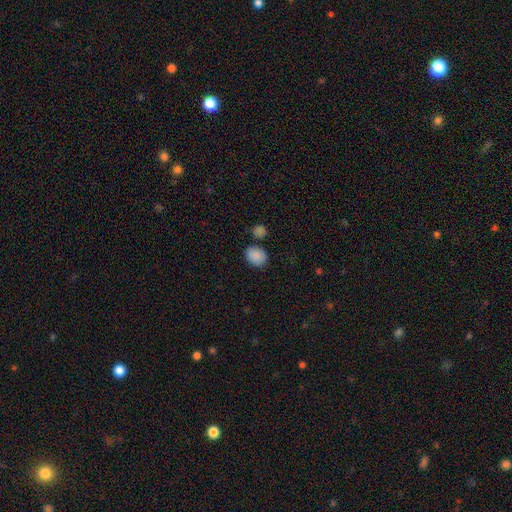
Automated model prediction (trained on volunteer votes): Smooth or featured? smooth (87%)
How rounded? in between (57%)
Merging? none (72%)